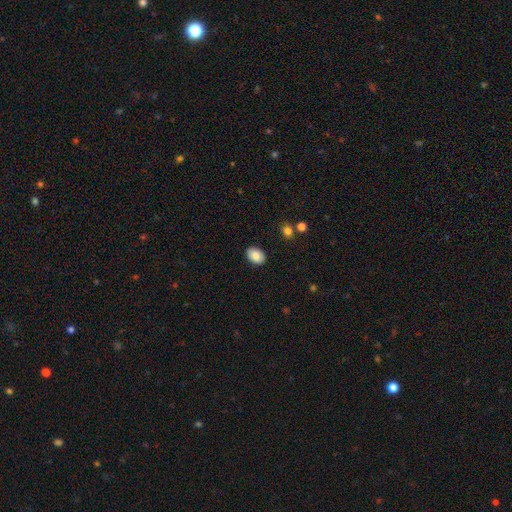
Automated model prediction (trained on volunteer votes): This appears to be a smooth galaxy with no disk features (82%) that is in between round and cigar-shaped (80%). Merging: none (88%).